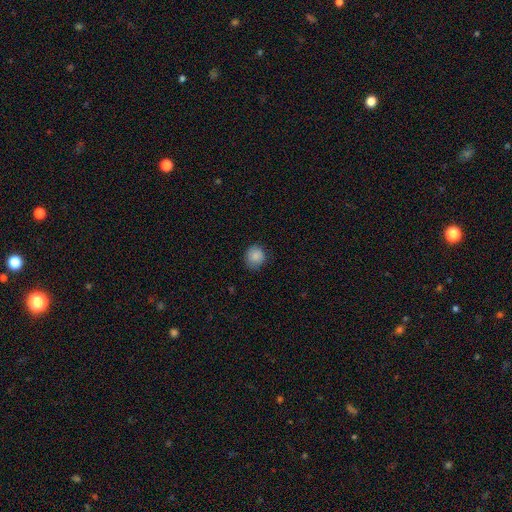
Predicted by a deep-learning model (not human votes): A smooth galaxy with no disk features (86%) that is round (86%).

Vote fractions:
- Smooth or featured? smooth: 86% / star or artifact: 8% / featured or disk: 6%
- How rounded? round: 86% / in between: 13% / cigar-shaped: 1%
- Merging? none: 80% / minor disturbance: 16% / major disturbance: 3% / merger: 1%